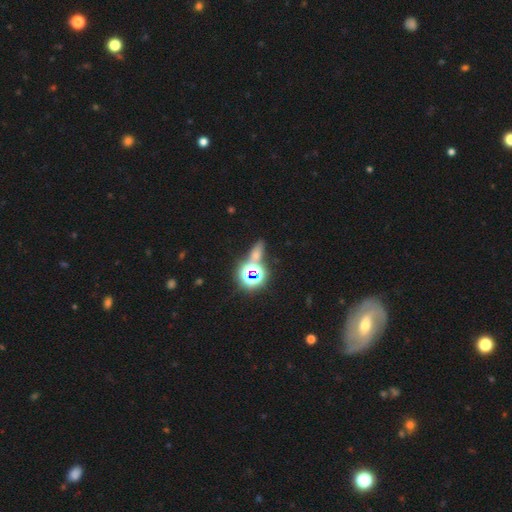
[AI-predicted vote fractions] A star or artifact, not a galaxy (51%).

Vote fractions:
- Smooth or featured? star or artifact: 51% / smooth: 37% / featured or disk: 11%